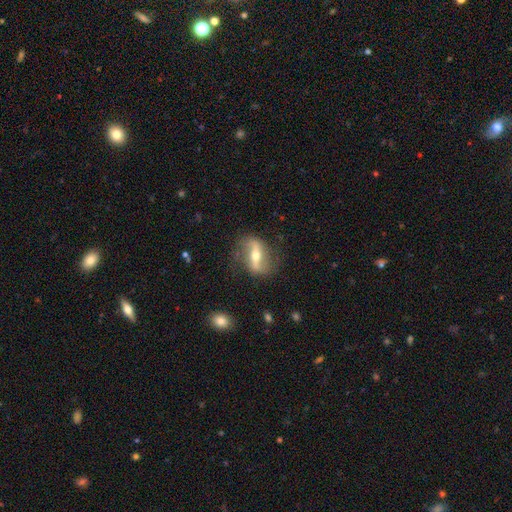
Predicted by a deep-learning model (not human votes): A featured or disk galaxy (77%) with a strong bar (64%), spiral arms (77%) and a moderate central bulge (66%). Merging: none (77%).